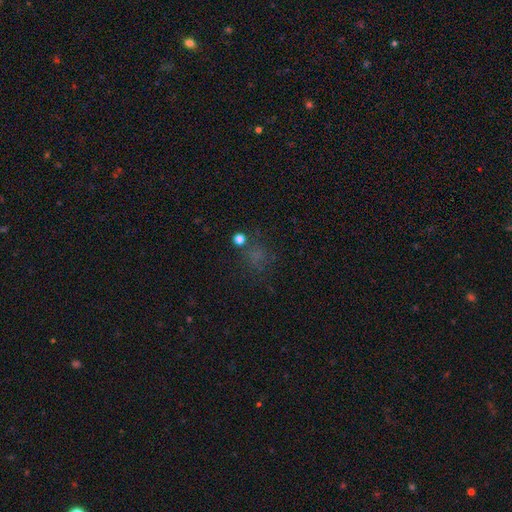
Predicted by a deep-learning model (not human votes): A smooth galaxy with no disk features (52%) that is round (74%).

Vote fractions:
- Smooth or featured? smooth: 52% / star or artifact: 37% / featured or disk: 12%
- How rounded? round: 74% / in between: 24% / cigar-shaped: 2%
- Merging? none: 66% / minor disturbance: 15% / major disturbance: 12% / merger: 7%